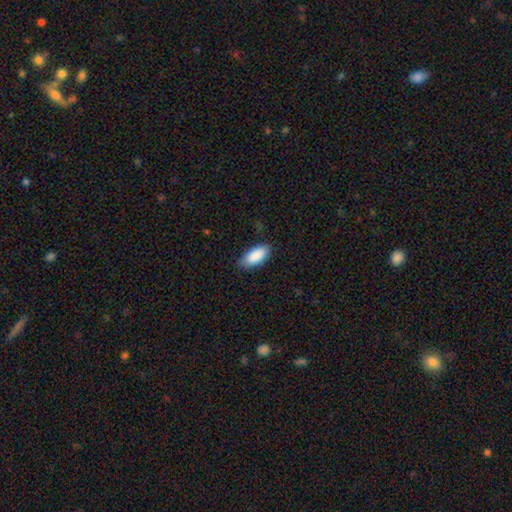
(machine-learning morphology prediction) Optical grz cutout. It shows a smooth galaxy with no disk features (90%) that is in between round and cigar-shaped (90%). Merging: none (82%).